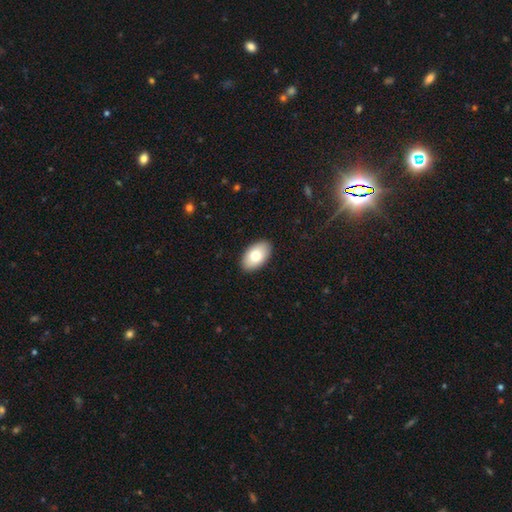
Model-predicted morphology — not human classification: Smooth or featured: smooth — 77% (featured or disk — 17%)
How rounded: in between — 95% (round — 4%)
Merging: none — 90% (minor disturbance — 8%)